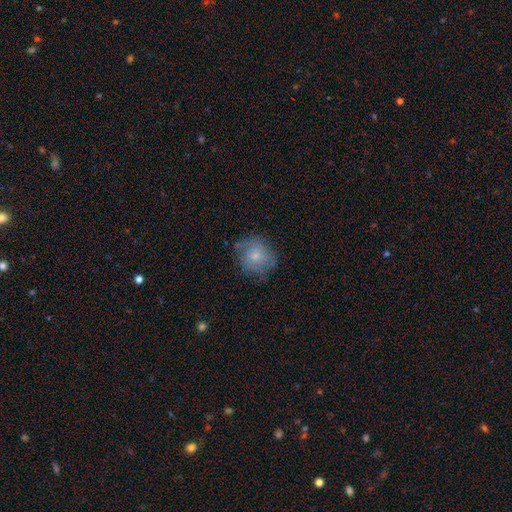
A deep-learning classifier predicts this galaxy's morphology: This is likely a smooth galaxy (64%). How rounded: clearly round (81%). Merging: likely none (64%).